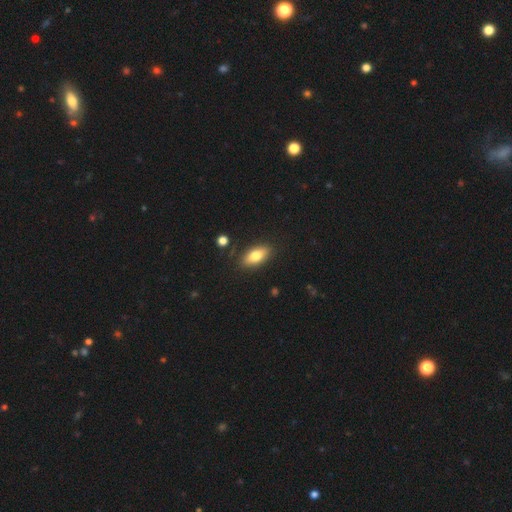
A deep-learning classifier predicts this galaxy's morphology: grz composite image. It shows a smooth galaxy with no disk features (76%) that is in between round and cigar-shaped (84%). Merging: none (85%).